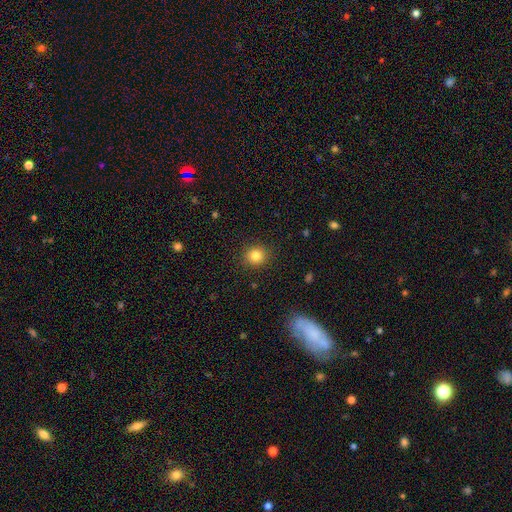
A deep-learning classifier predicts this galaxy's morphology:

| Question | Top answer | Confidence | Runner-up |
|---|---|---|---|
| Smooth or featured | smooth | 84% | star or artifact (11%) |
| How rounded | round | 87% | in between (12%) |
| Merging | none | 90% | minor disturbance (6%) |